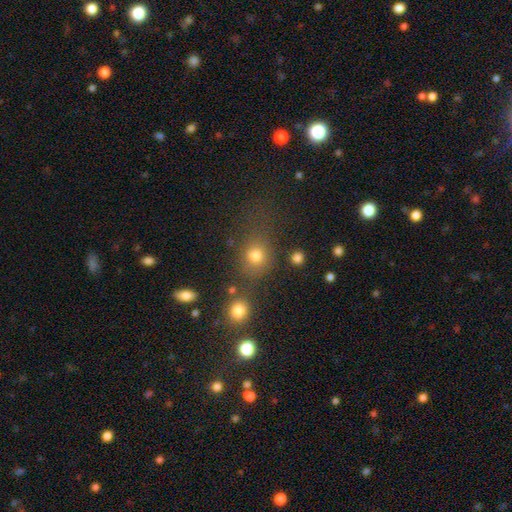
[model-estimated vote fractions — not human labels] Q: Smooth or featured?
A: smooth (75%); runner-up: star or artifact (16%)
Q: How rounded?
A: round (67%); runner-up: in between (32%)
Q: Merging?
A: none (61%); runner-up: merger (15%)